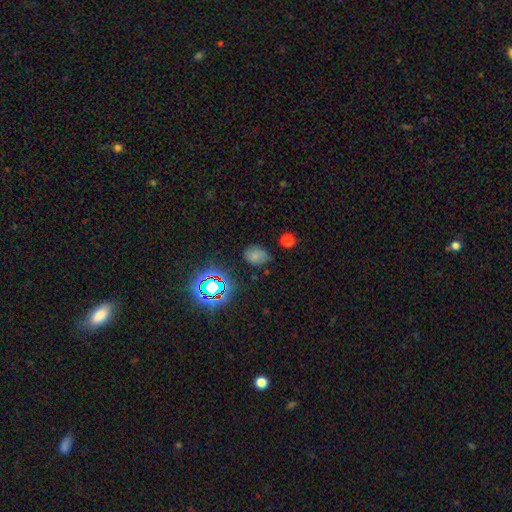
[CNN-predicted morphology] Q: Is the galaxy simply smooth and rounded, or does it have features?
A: smooth — 67%.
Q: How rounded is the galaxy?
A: in between — 64%.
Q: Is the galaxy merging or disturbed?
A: none — 65%.